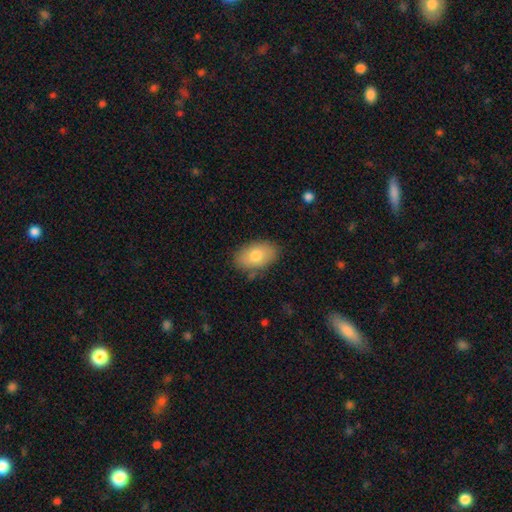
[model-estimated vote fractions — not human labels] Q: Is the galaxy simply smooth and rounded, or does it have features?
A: smooth — 78%.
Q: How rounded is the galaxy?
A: in between — 90%.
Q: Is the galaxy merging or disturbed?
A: none — 81%.